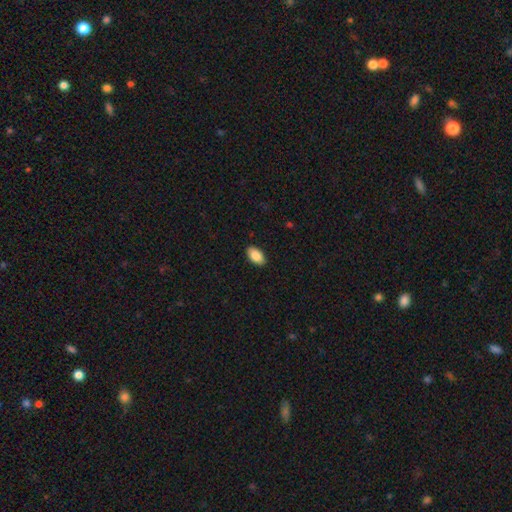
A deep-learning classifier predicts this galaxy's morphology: This is clearly a smooth galaxy (87%). How rounded: clearly in between (95%). Merging: clearly none (90%).